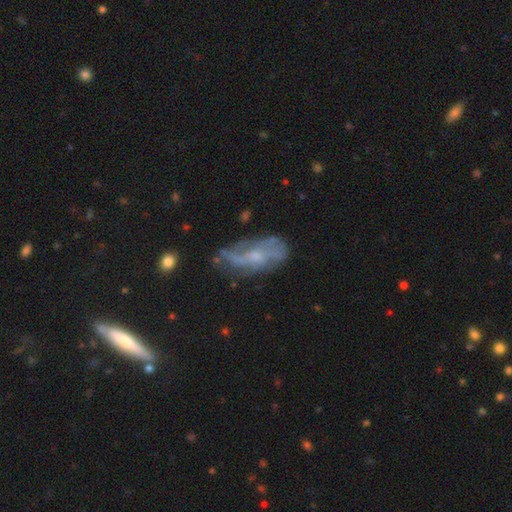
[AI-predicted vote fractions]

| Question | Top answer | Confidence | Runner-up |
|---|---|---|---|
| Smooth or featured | featured or disk | 67% | smooth (24%) |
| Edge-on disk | no | 89% | yes (11%) |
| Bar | no | 66% | weak (29%) |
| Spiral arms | yes | 73% | no (27%) |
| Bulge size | small | 54% | moderate (30%) |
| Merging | none | 57% | minor disturbance (25%) |